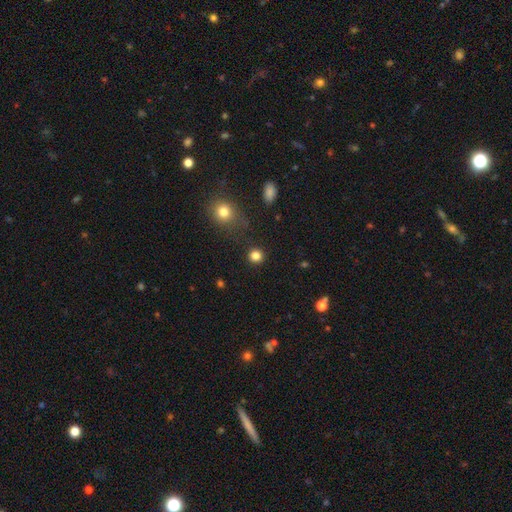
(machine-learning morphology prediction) Smooth or featured? Predicted: smooth (p=0.84). How rounded? Predicted: round (p=0.91). Merging? Predicted: none (p=0.89).